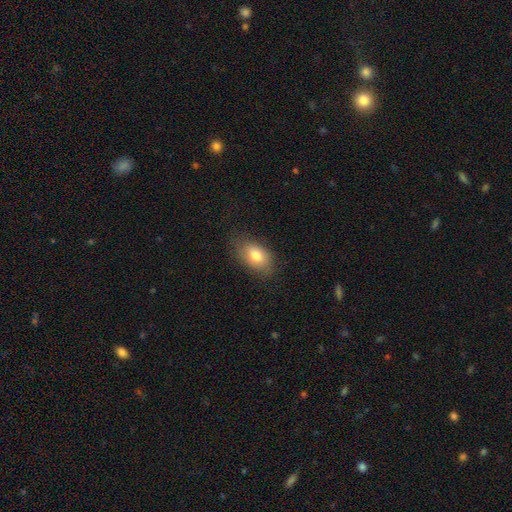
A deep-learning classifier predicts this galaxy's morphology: Smooth or featured: smooth — 79% (featured or disk — 13%)
How rounded: in between — 88% (round — 10%)
Merging: none — 75% (minor disturbance — 19%)